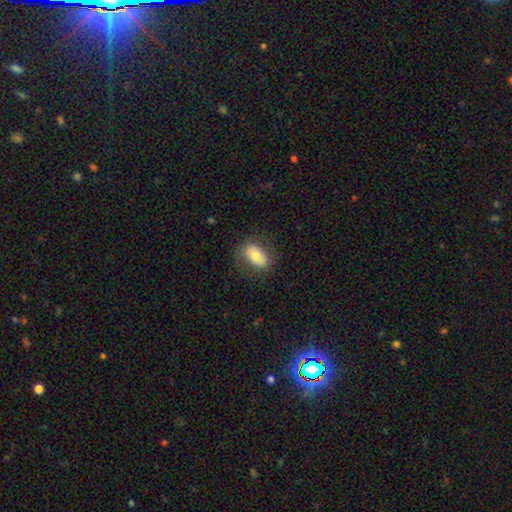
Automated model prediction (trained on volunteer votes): Smooth or featured? Predicted: smooth (p=0.74). How rounded? Predicted: in between (p=0.89). Merging? Predicted: none (p=0.75).